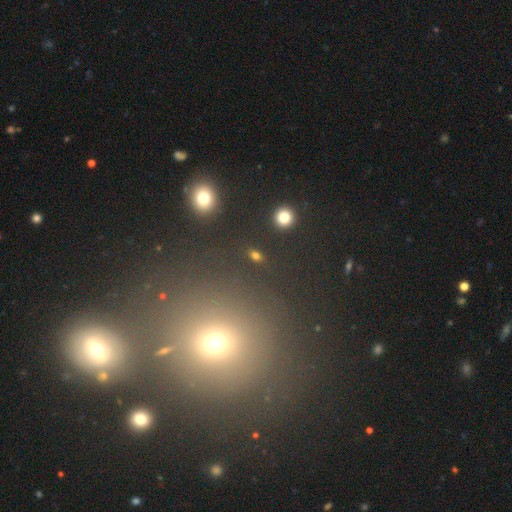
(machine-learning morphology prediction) Q: Smooth or featured?
A: smooth (75%); runner-up: star or artifact (18%)
Q: How rounded?
A: round (52%); runner-up: in between (43%)
Q: Merging?
A: none (87%); runner-up: minor disturbance (6%)